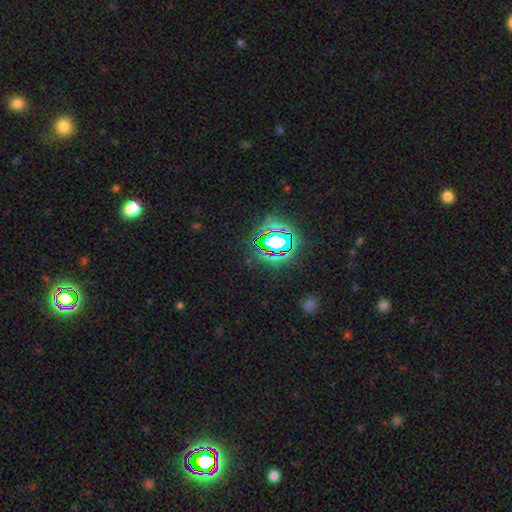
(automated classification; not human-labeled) smooth-or-featured: star or artifact: 80% | smooth: 12% | featured or disk: 8%